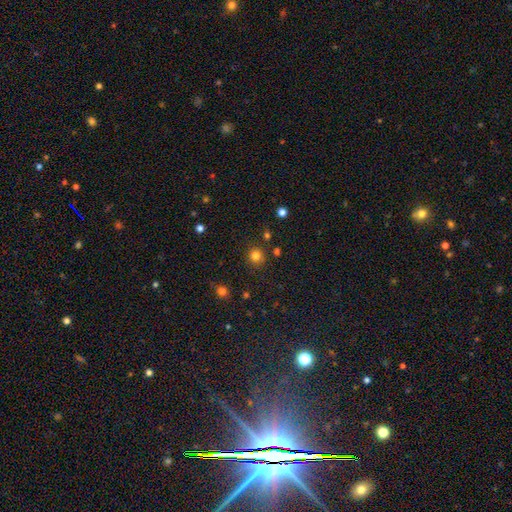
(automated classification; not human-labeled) smooth-or-featured: smooth: 80% | star or artifact: 15% | featured or disk: 5%
  how-rounded: round: 92% | in between: 7% | cigar-shaped: 1%
  merging: none: 87% | minor disturbance: 8% | merger: 3% | major disturbance: 3%